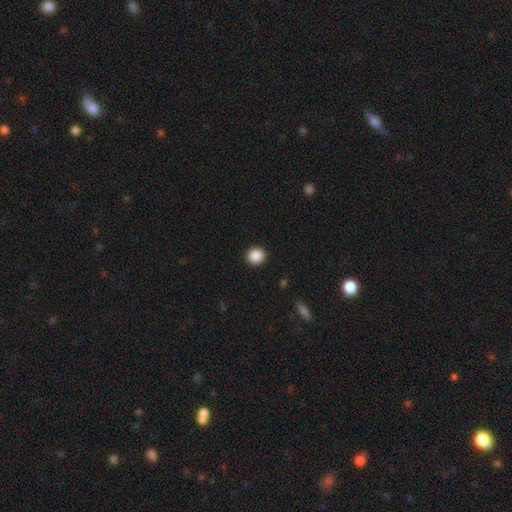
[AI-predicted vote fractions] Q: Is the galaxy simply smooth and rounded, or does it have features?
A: smooth — 89%.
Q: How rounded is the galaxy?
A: round — 88%.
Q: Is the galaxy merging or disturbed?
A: none — 92%.